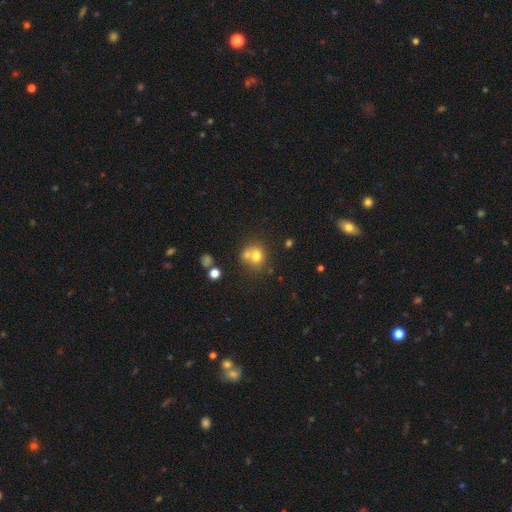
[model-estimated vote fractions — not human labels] smooth_or_featured: smooth (p=0.72) [alt: featured or disk p=0.14]
how_rounded: round (p=0.78) [alt: in between p=0.21]
merging: none (p=0.44) [alt: merger p=0.42]